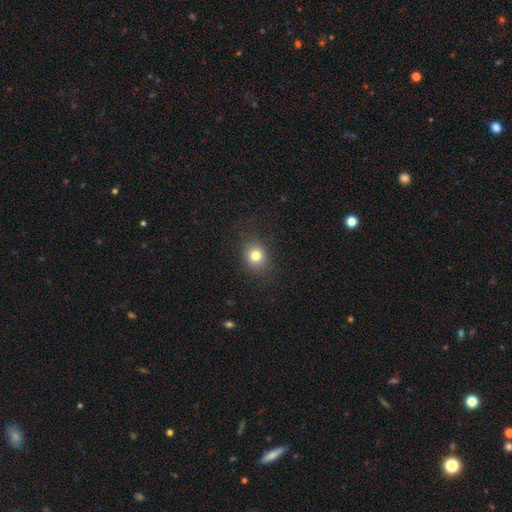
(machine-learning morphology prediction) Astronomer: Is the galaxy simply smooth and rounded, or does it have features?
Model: smooth — 79%.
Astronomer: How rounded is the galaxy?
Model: round — 70%.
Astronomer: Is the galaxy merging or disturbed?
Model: none — 84%.